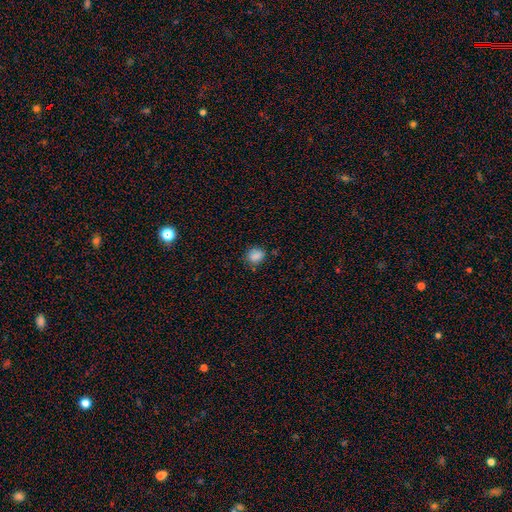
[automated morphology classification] Overall: smooth (85%). How rounded: round (69%; in between 30%). Merging: none (75%).